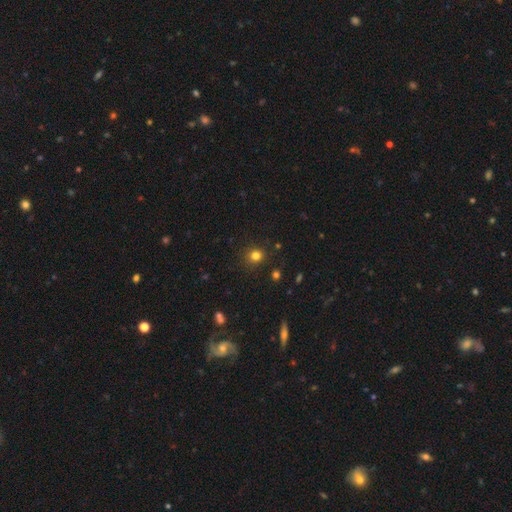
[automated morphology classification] The model was most divided on "smooth or featured": smooth: 79%, star or artifact: 16%, featured or disk: 5%. More confident: merging — none (88%); how rounded — round (87%).